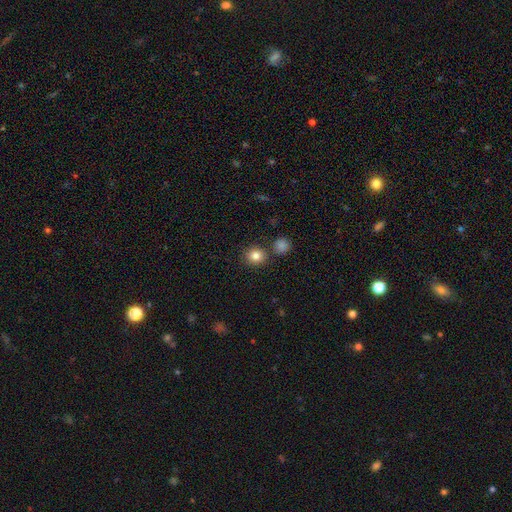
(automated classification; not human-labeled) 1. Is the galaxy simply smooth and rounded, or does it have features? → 83% smooth, 11% star or artifact, 6% featured or disk.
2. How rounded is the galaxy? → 83% round, 16% in between, 1% cigar-shaped.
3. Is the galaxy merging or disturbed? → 80% none, 9% merger, 9% minor disturbance, 3% major disturbance.